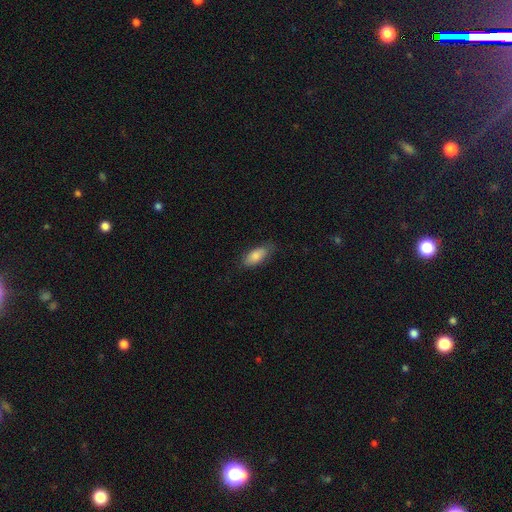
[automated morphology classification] smooth_or_featured: smooth (p=0.83) [alt: featured or disk p=0.11]
how_rounded: in between (p=0.86) [alt: cigar-shaped p=0.11]
merging: none (p=0.75) [alt: minor disturbance p=0.20]